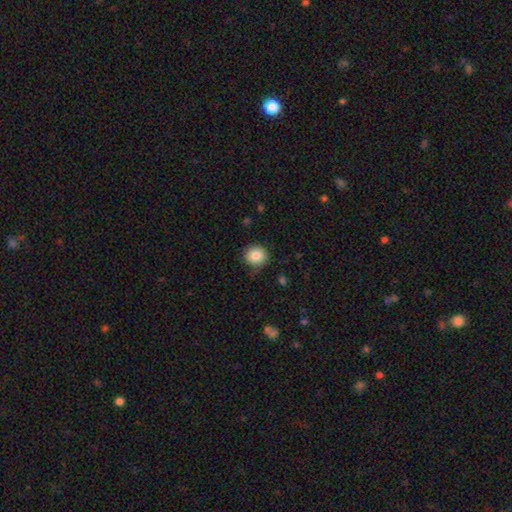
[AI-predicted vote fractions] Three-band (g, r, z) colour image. It shows a smooth galaxy with no disk features (84%) that is round (89%). Merging: none (80%).